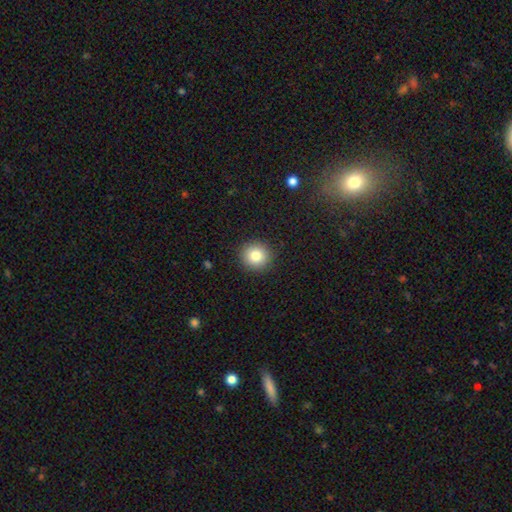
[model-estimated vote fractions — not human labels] Smooth or featured? Predicted: smooth (p=0.83). How rounded? Predicted: round (p=0.93). Merging? Predicted: none (p=0.91).